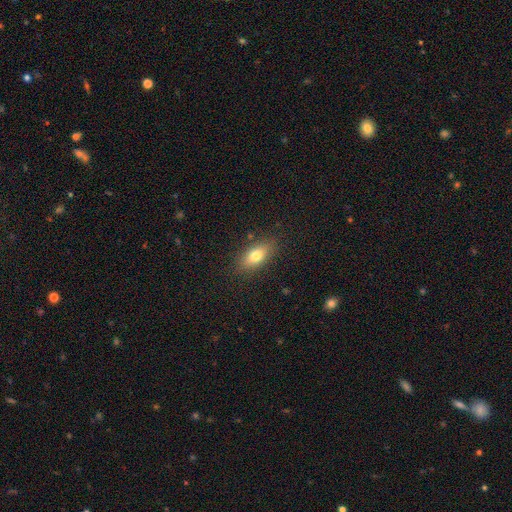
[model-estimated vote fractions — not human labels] smooth 76%, featured or disk 16%, star or artifact 9%. Down the decision tree: how rounded — in between (84%); merging — none (84%).